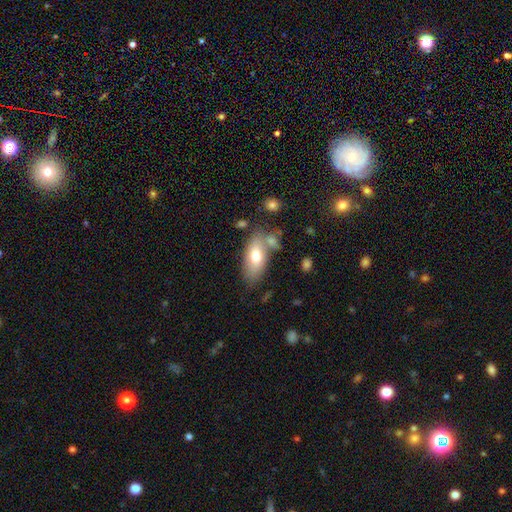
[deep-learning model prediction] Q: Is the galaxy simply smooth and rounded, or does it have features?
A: smooth — 70%.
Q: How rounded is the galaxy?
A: in between — 87%.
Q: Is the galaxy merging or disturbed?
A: none — 62%.